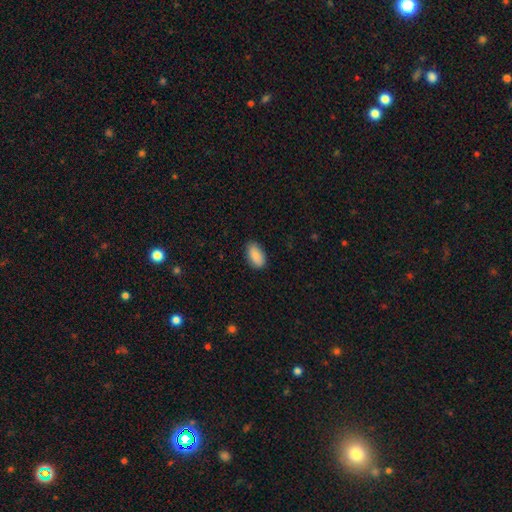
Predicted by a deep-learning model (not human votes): A smooth galaxy with no disk features (87%) that is in between round and cigar-shaped (93%).

Vote fractions:
- Smooth or featured? smooth: 87% / star or artifact: 7% / featured or disk: 6%
- How rounded? in between: 93% / round: 4% / cigar-shaped: 2%
- Merging? none: 84% / minor disturbance: 13% / major disturbance: 2% / merger: 1%